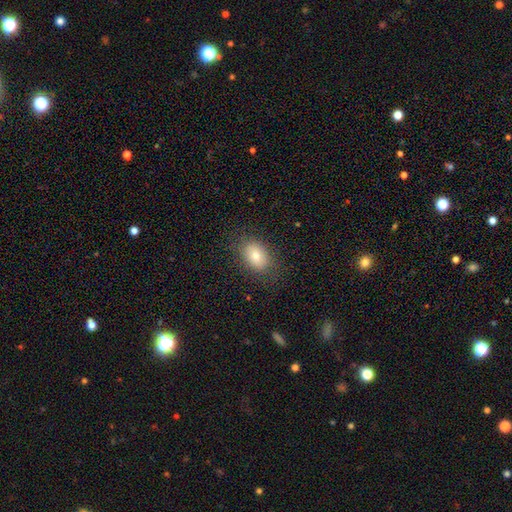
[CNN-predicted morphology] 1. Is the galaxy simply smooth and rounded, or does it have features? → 78% smooth, 12% featured or disk, 10% star or artifact.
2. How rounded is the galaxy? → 78% in between, 21% round, 1% cigar-shaped.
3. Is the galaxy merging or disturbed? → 83% none, 12% minor disturbance, 4% major disturbance, 1% merger.